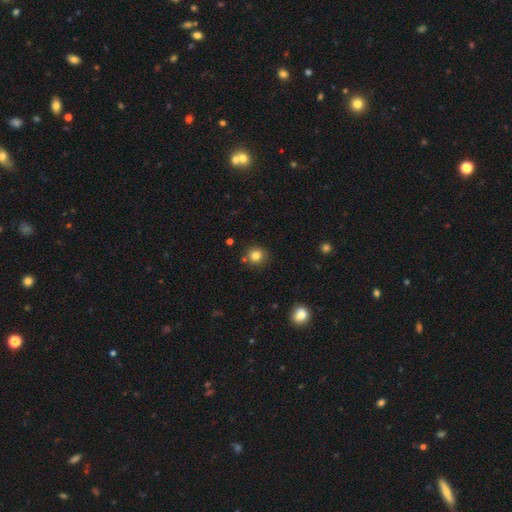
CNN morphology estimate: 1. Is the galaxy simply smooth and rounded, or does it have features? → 81% smooth, 12% star or artifact, 6% featured or disk.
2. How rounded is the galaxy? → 90% round, 9% in between, 1% cigar-shaped.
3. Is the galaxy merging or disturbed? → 83% none, 9% minor disturbance, 6% merger, 2% major disturbance.